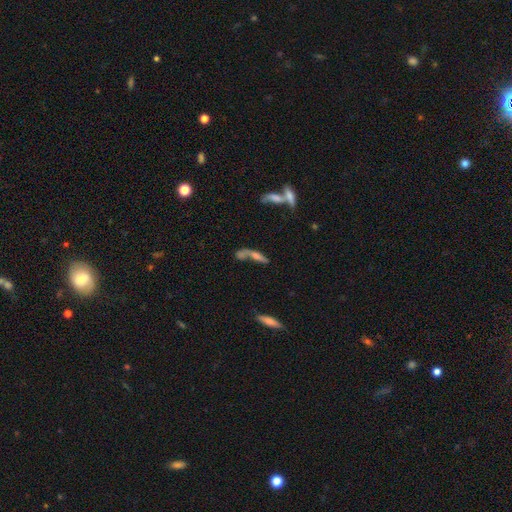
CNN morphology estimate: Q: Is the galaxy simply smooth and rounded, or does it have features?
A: smooth — 36%.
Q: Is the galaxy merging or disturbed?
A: none — 56%.